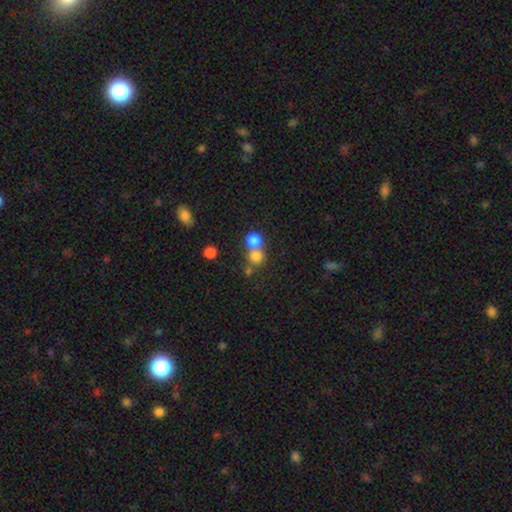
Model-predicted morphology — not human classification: type=smooth (77%); roundness=round (87%); merging=merger (48%).